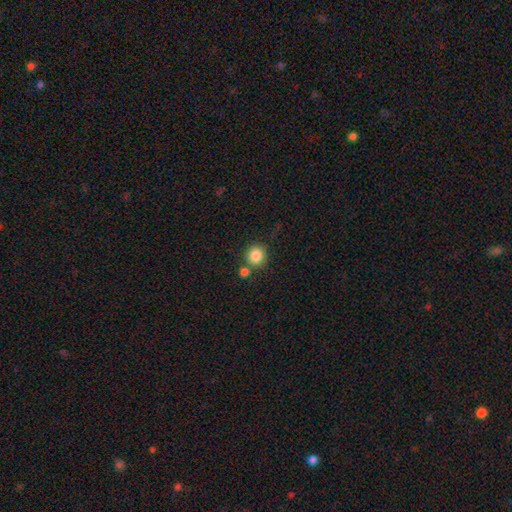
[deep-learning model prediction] A smooth galaxy with no disk features (86%) that is round (91%). Merging: none (73%).